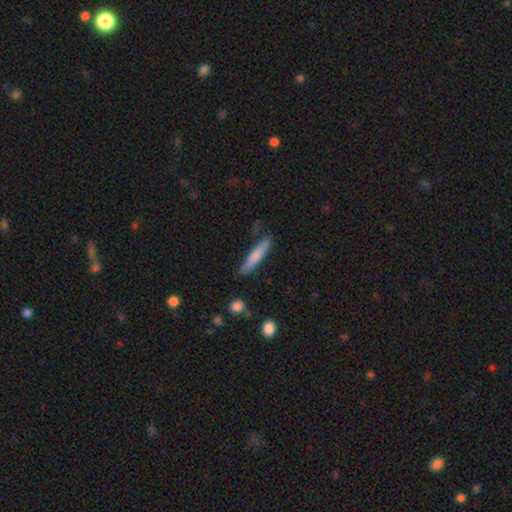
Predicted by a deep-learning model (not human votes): Q: Smooth or featured?
A: smooth (69%); runner-up: featured or disk (26%)
Q: How rounded?
A: cigar-shaped (90%); runner-up: in between (8%)
Q: Merging?
A: none (79%); runner-up: minor disturbance (16%)